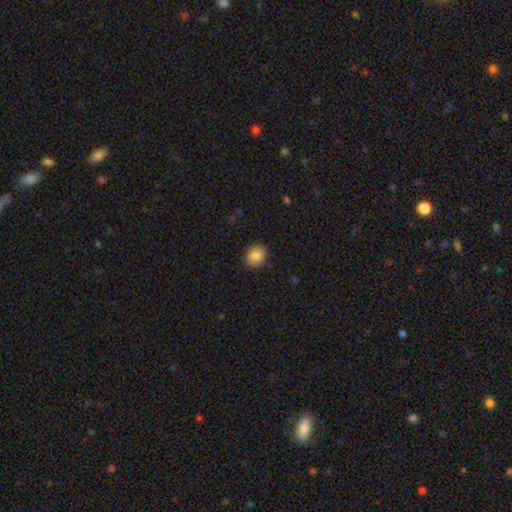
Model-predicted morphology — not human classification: Smooth or featured: smooth — 87% (star or artifact — 8%)
How rounded: round — 57% (in between — 42%)
Merging: none — 87% (minor disturbance — 10%)